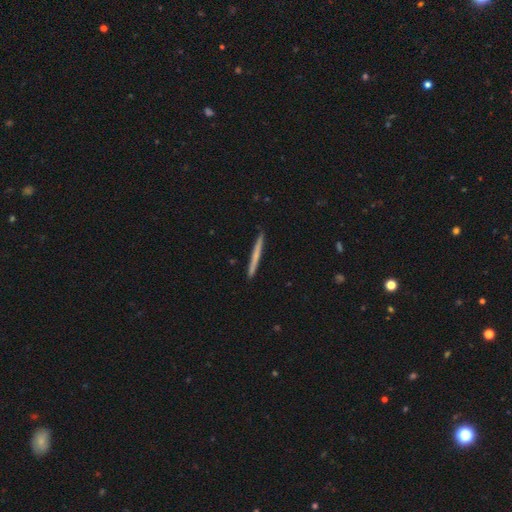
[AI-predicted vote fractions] This is possibly a smooth galaxy (54%). How rounded: clearly cigar-shaped (97%). Merging: clearly none (92%).